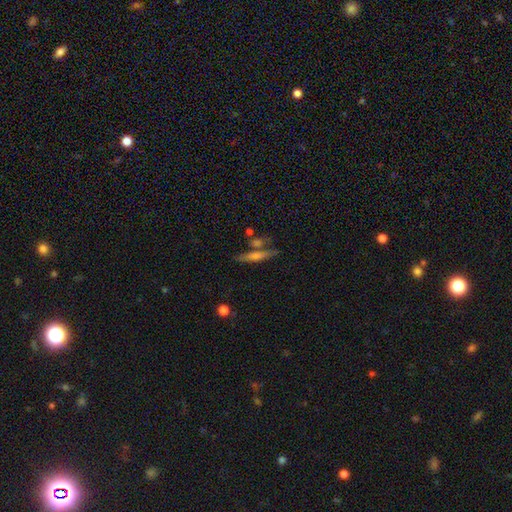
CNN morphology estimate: This is possibly a featured or disk galaxy (52%). It is clearly viewed edge-on (93%). Merging: likely none (71%).